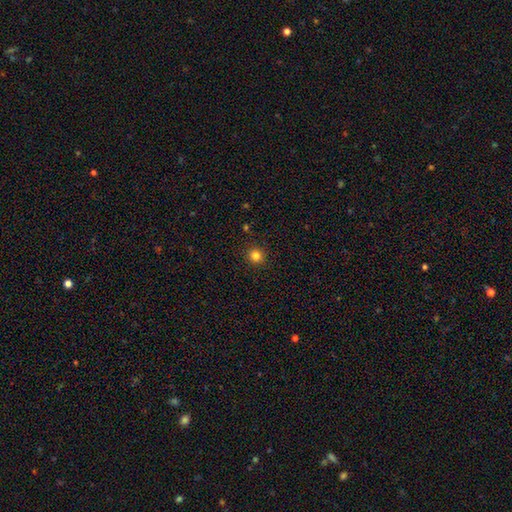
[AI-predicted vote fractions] Morphology: type=smooth (83%); roundness=round (94%); merging=none (92%).